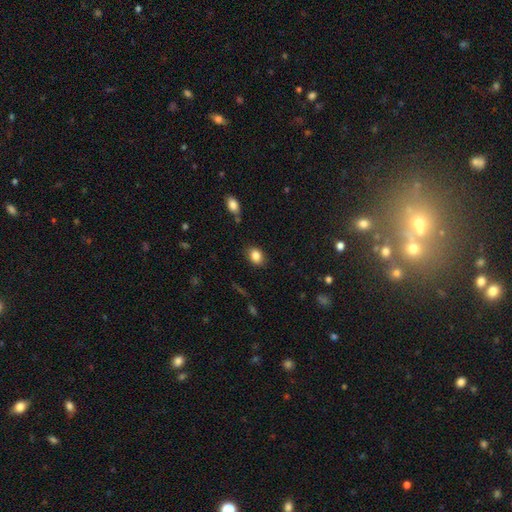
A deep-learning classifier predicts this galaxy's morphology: This is clearly a smooth galaxy (84%). How rounded: likely in between (65%). Merging: clearly none (83%).